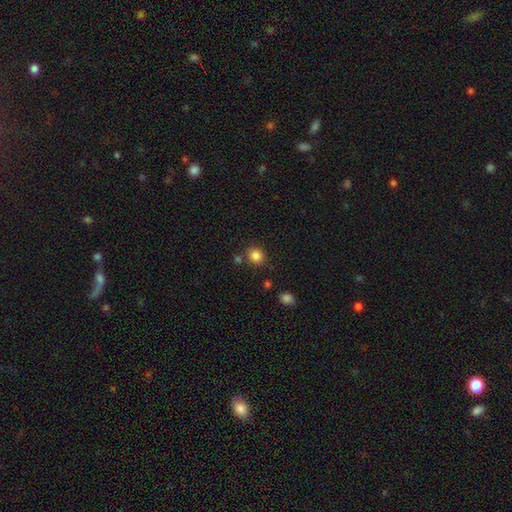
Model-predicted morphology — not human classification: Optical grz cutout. It shows a smooth galaxy with no disk features (85%) that is round (83%). Merging: none (76%).